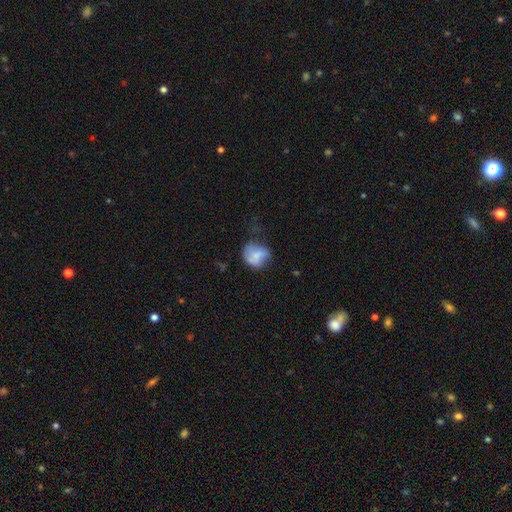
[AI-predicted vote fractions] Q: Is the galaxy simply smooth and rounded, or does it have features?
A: smooth — 66%.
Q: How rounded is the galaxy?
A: round — 59%.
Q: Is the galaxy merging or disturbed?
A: none — 37%.